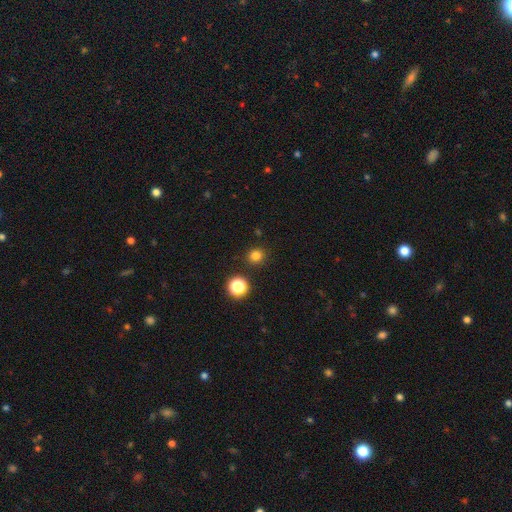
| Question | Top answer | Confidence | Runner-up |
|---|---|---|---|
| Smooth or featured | smooth | 89% | featured or disk (5%) |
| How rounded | round | 94% | in between (6%) |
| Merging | none | 89% | minor disturbance (6%) |